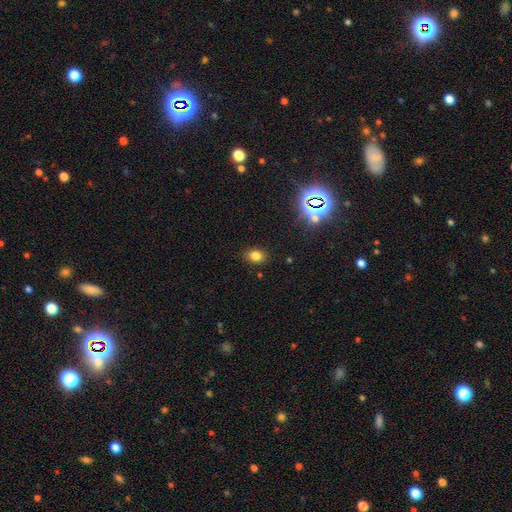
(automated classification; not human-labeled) The model was most divided on "how rounded": in between: 69%, round: 30%, cigar-shaped: 1%. More confident: merging — none (87%); smooth or featured — smooth (77%).